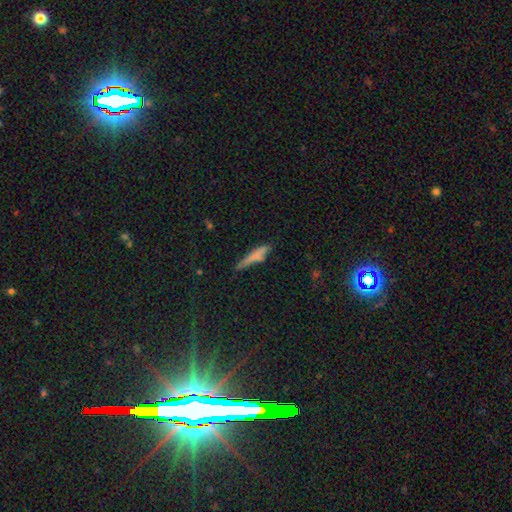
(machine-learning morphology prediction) A smooth galaxy with no disk features (65%) that is cigar-shaped (87%).

Vote fractions:
- Smooth or featured? smooth: 65% / featured or disk: 23% / star or artifact: 12%
- How rounded? cigar-shaped: 87% / in between: 10% / round: 2%
- Merging? none: 64% / minor disturbance: 22% / major disturbance: 7% / merger: 7%